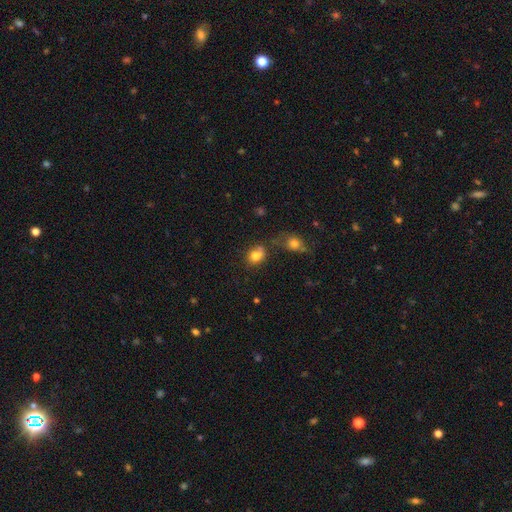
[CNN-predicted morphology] Smooth or featured?
  - smooth: 78% *
  - star or artifact: 12%
  - featured or disk: 10%
How rounded?
  - round: 59% *
  - in between: 40%
  - cigar-shaped: 1%
Merging?
  - none: 50% *
  - merger: 22%
  - minor disturbance: 20%
  - major disturbance: 8%